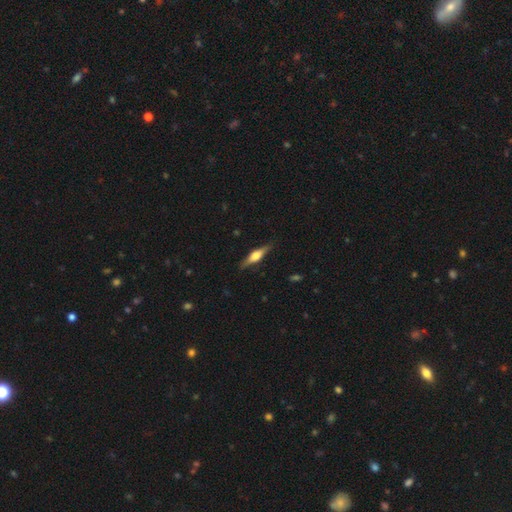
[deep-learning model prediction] This appears to be a featured or disk galaxy (66%) viewed edge-on (96%) with a rounded central bulge (87%). Merging: none (87%).